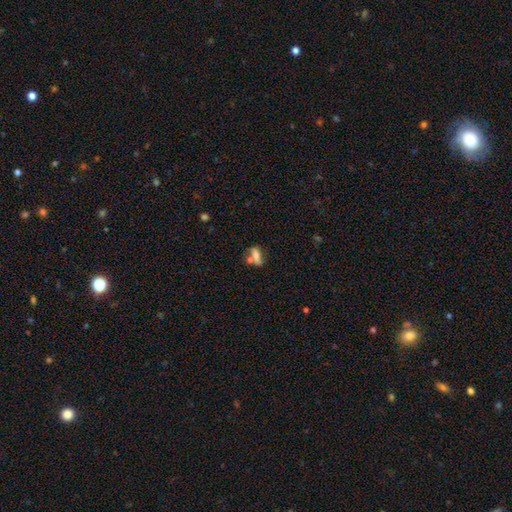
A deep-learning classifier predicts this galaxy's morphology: smooth 54%, featured or disk 34%, star or artifact 12%. Down the decision tree: how rounded — in between (64%); merging — none (43%).